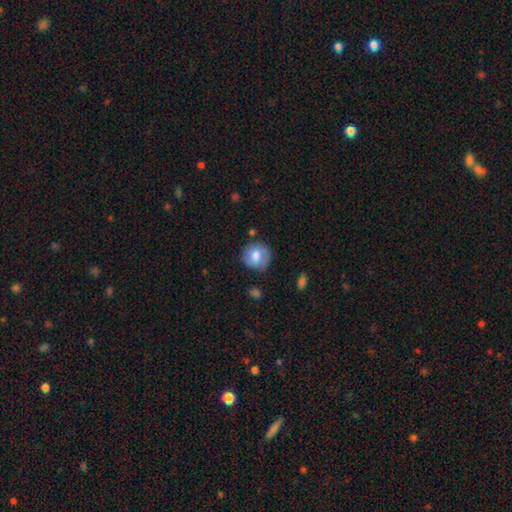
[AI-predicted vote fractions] A smooth galaxy with no disk features (73%) that is round (88%). Merging: none (74%).